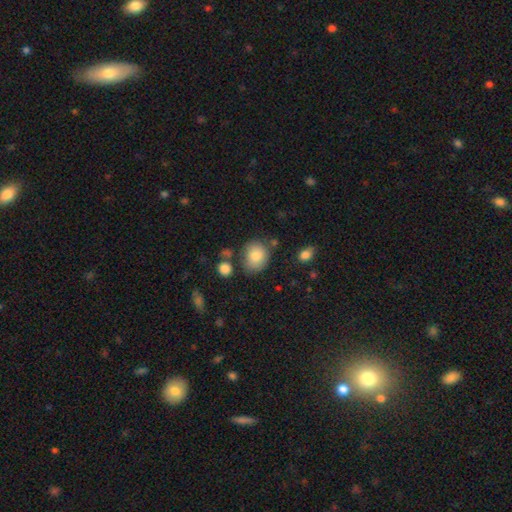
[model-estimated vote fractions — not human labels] Smooth or featured: smooth — 82% (featured or disk — 10%)
How rounded: round — 57% (in between — 42%)
Merging: none — 70% (minor disturbance — 18%)